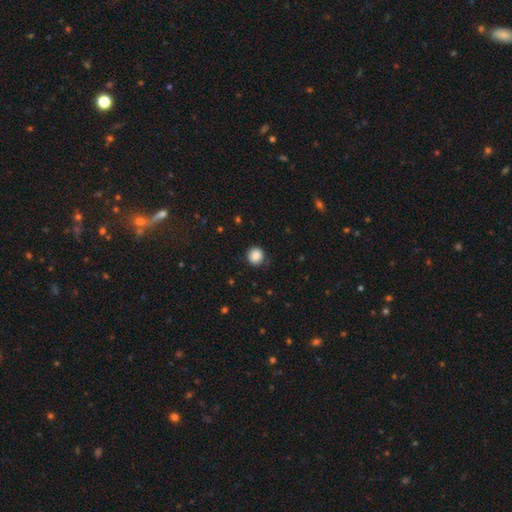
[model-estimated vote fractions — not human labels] smooth-or-featured: smooth: 87% | star or artifact: 9% | featured or disk: 4%
  how-rounded: round: 89% | in between: 10% | cigar-shaped: 1%
  merging: none: 83% | minor disturbance: 13% | major disturbance: 3% | merger: 1%